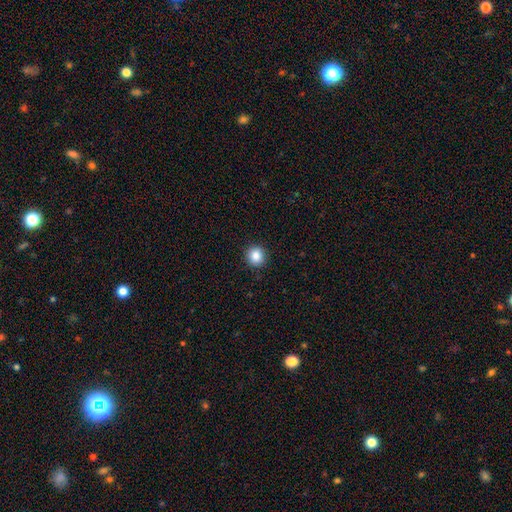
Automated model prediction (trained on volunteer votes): Smooth or featured? smooth (86%)
How rounded? round (92%)
Merging? none (92%)